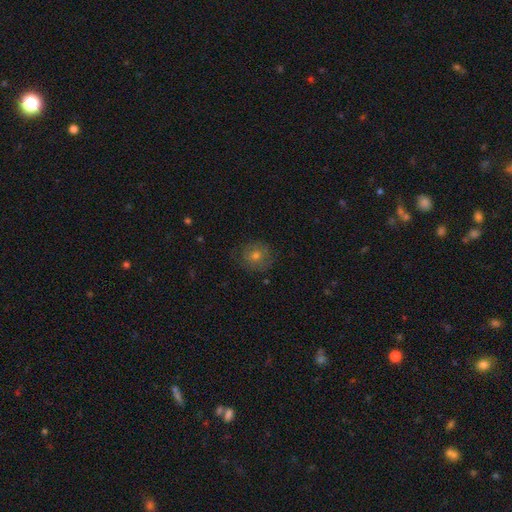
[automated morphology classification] Smooth or featured? Predicted: smooth (p=0.59). How rounded? Predicted: round (p=0.89). Merging? Predicted: none (p=0.80).